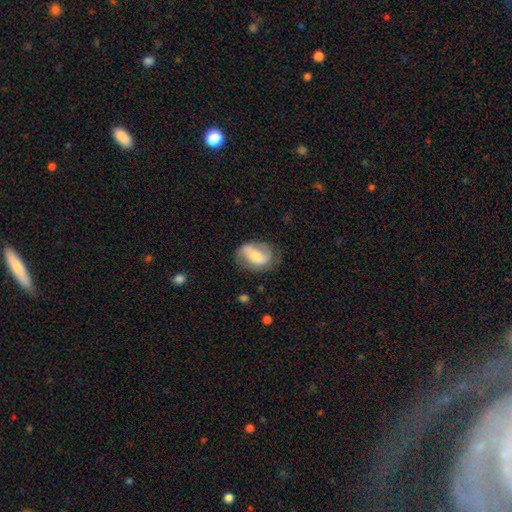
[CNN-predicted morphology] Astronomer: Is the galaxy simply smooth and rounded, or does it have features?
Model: smooth — 48% (runner-up: featured or disk, 45%).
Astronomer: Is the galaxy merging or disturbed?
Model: none — 62%.